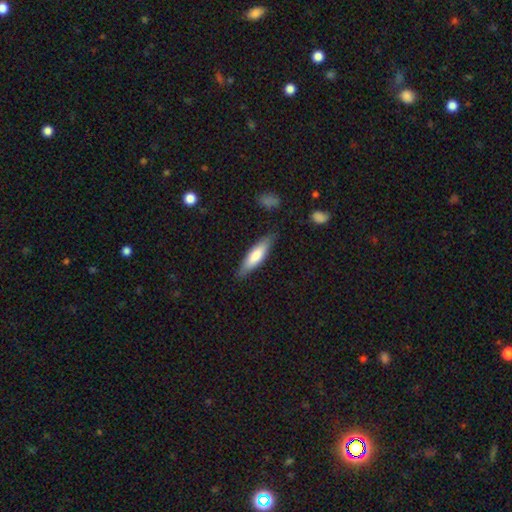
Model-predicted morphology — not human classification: type=smooth (73%); roundness=cigar-shaped (64%); merging=none (82%).